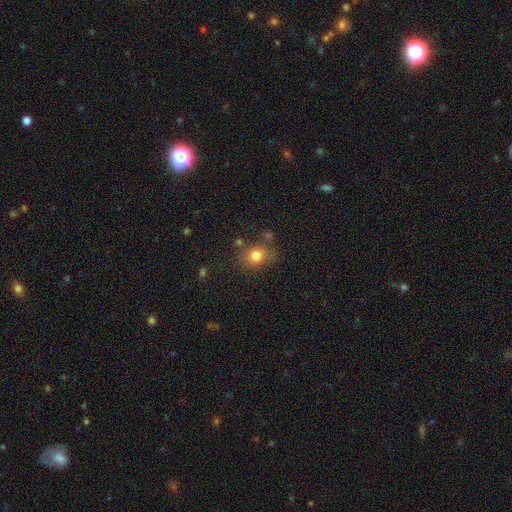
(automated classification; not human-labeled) A smooth galaxy with no disk features (80%) that is round (62%).

Vote fractions:
- Smooth or featured? smooth: 80% / star or artifact: 12% / featured or disk: 9%
- How rounded? round: 62% / in between: 37% / cigar-shaped: 1%
- Merging? none: 71% / minor disturbance: 17% / merger: 7% / major disturbance: 5%